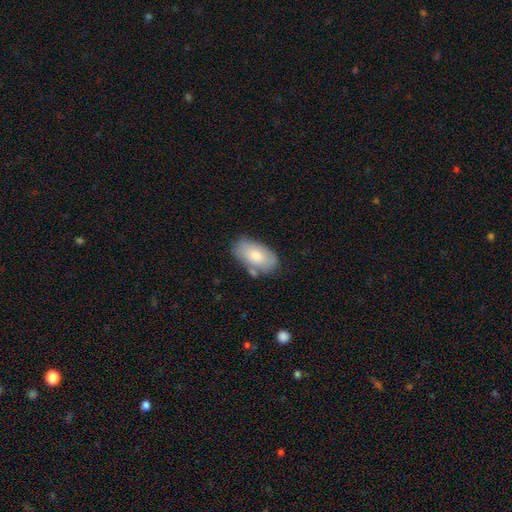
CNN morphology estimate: Smooth or featured? Predicted: smooth (p=0.77). How rounded? Predicted: in between (p=0.94). Merging? Predicted: none (p=0.67).